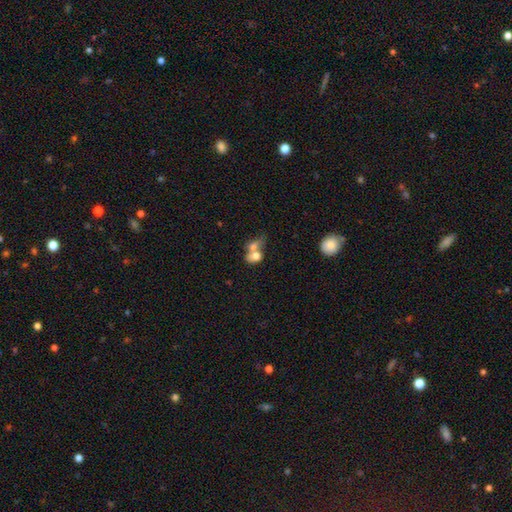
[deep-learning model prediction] The model was most divided on "how rounded": in between: 59%, round: 38%, cigar-shaped: 3%. More confident: merging — merger (72%); smooth or featured — smooth (70%).